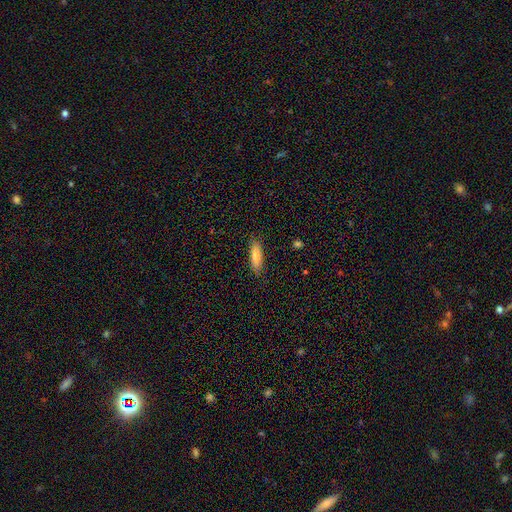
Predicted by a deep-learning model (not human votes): Smooth or featured?
  - smooth: 77% *
  - featured or disk: 16%
  - star or artifact: 7%
How rounded?
  - cigar-shaped: 56% *
  - in between: 43%
  - round: 2%
Merging?
  - none: 87% *
  - minor disturbance: 10%
  - major disturbance: 2%
  - merger: 1%